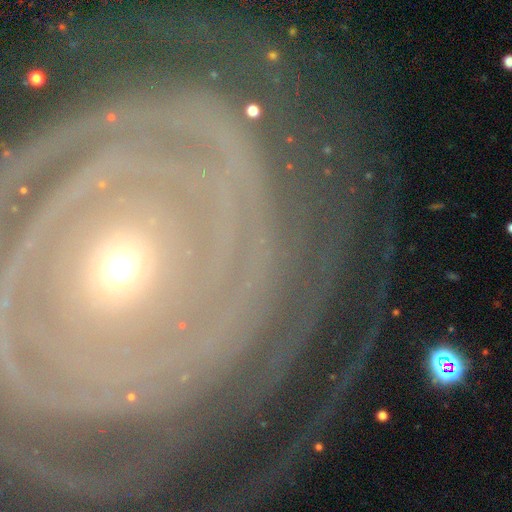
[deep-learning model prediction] Morphology: type=featured or disk (83%); edge-on=no (96%); bar=no (71%); spiral arms=yes (89%); winding=tight (83%); arm count=can't tell (28%); bulge=small (70%); merging=none (73%).